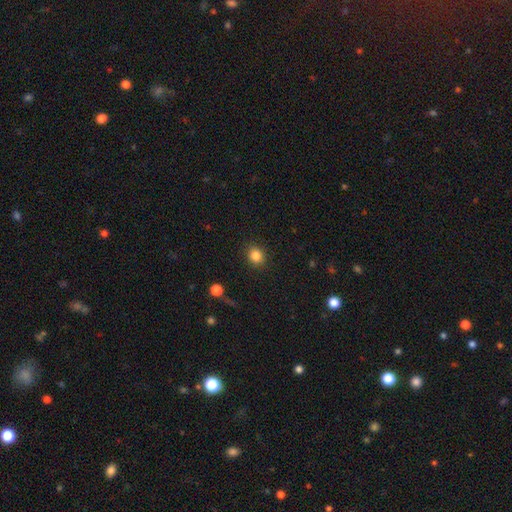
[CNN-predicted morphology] The model was most divided on "how rounded": round: 74%, in between: 25%, cigar-shaped: 1%. More confident: merging — none (88%); smooth or featured — smooth (85%).